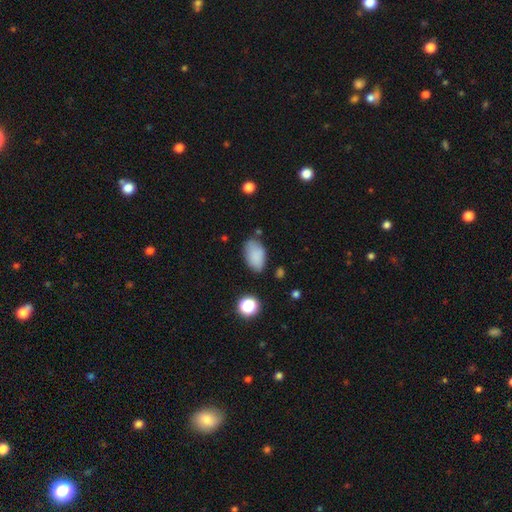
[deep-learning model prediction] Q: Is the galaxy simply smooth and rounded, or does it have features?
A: smooth — 85%.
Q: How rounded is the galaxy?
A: in between — 92%.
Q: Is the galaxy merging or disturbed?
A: none — 75%.